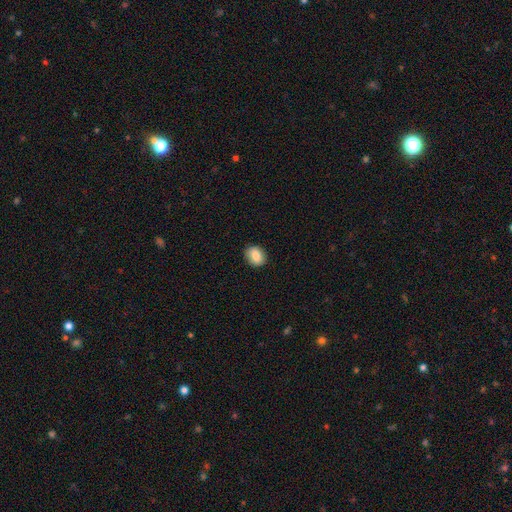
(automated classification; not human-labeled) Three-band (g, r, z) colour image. It shows a smooth galaxy with no disk features (85%) that is in between round and cigar-shaped (51%). Merging: none (87%).